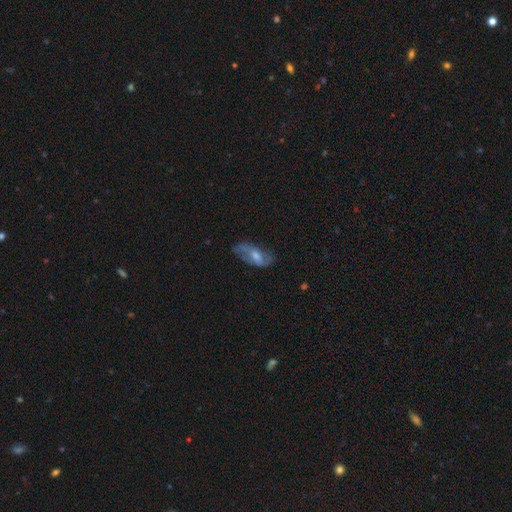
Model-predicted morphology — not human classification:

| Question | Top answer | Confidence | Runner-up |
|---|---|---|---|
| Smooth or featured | featured or disk | 50% | smooth (42%) |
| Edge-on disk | no | 89% | yes (11%) |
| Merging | none | 51% | minor disturbance (28%) |